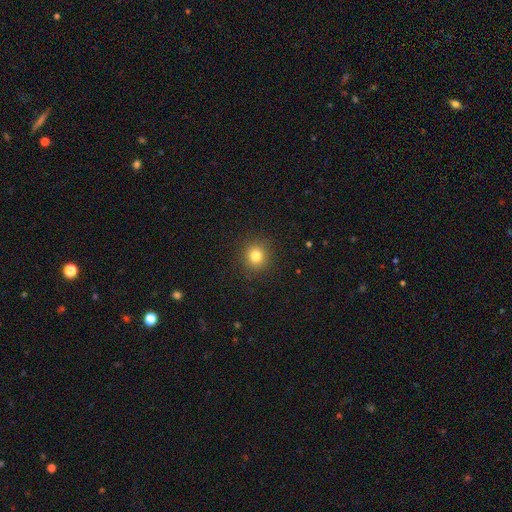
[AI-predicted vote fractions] smooth 80%, star or artifact 13%, featured or disk 6%. Down the decision tree: how rounded — round (88%); merging — none (90%).